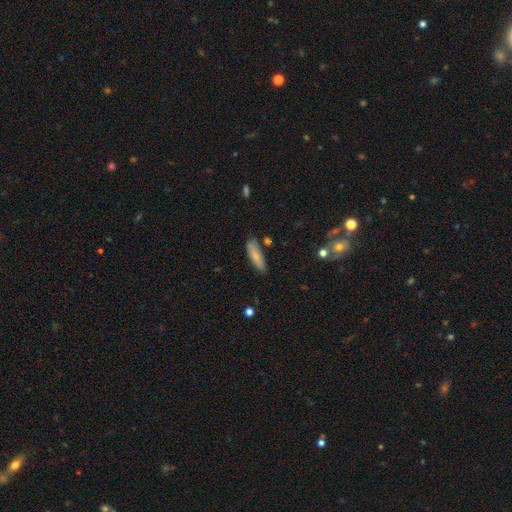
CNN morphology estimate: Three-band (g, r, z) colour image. It shows a smooth galaxy with no disk features (78%) that is cigar-shaped (59%). Merging: none (78%).